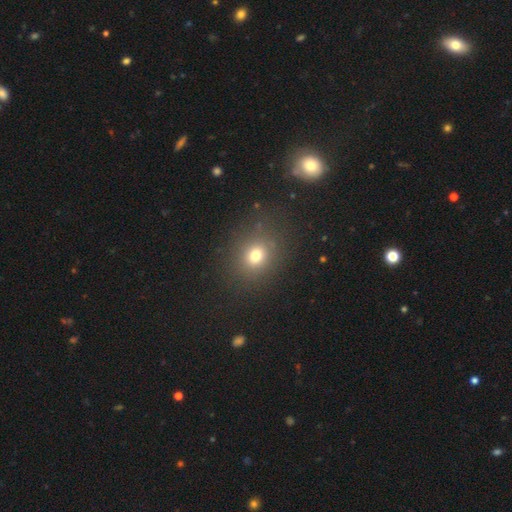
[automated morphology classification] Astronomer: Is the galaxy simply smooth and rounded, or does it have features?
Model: smooth — 74%.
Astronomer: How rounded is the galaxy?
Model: round — 72%.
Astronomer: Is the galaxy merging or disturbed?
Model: none — 84%.